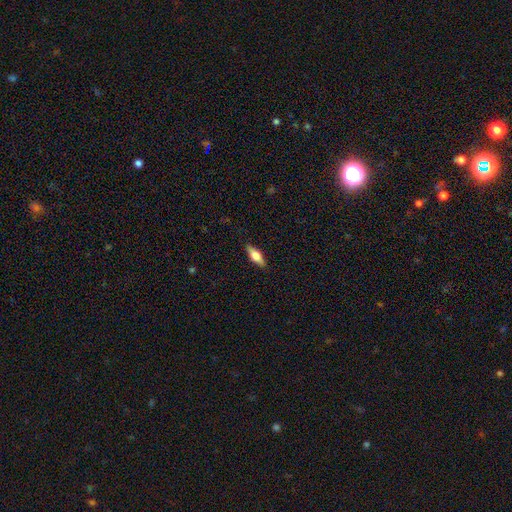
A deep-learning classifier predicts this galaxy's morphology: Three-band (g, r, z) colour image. It shows a smooth galaxy with no disk features (51%) that is in between round and cigar-shaped (57%). Merging: none (88%).